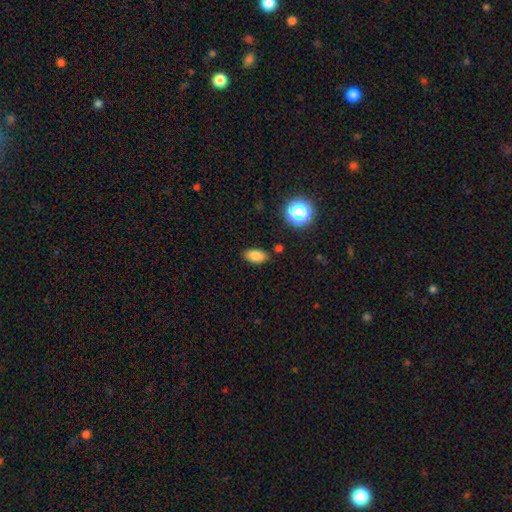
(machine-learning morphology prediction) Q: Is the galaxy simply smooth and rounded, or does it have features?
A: smooth — 82%.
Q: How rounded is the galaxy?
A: in between — 89%.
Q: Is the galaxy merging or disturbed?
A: none — 84%.